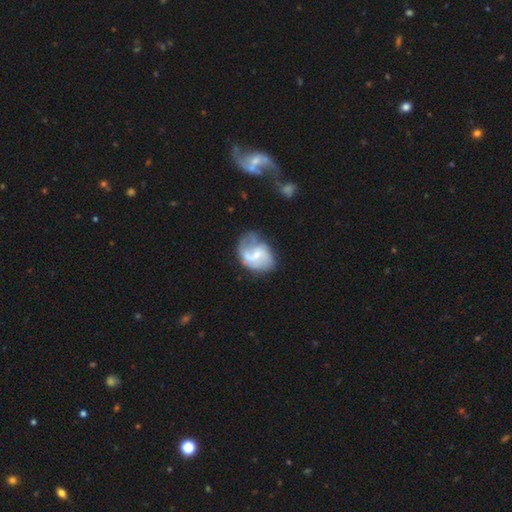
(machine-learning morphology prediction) Smooth or featured? Predicted: featured or disk (p=0.71). Edge-on disk? Predicted: no (p=0.98). Bar? Predicted: weak (p=0.54). Spiral arms? Predicted: yes (p=0.85). Spiral winding? Predicted: loose (p=0.48). Spiral arm count? Predicted: 2 (p=0.70). Bulge size? Predicted: small (p=0.54). Merging? Predicted: none (p=0.49).